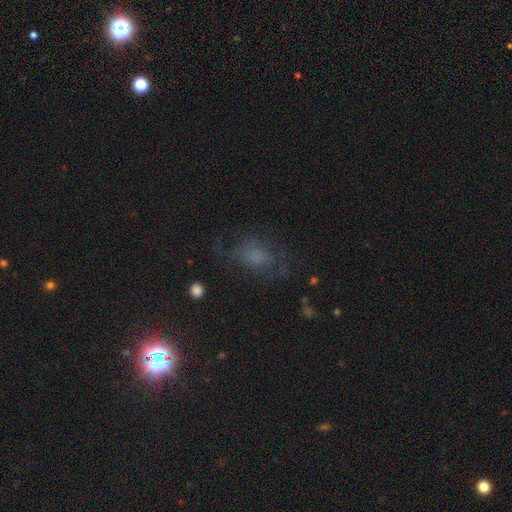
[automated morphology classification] Smooth or featured? Predicted: smooth (p=0.50). Merging? Predicted: none (p=0.53).